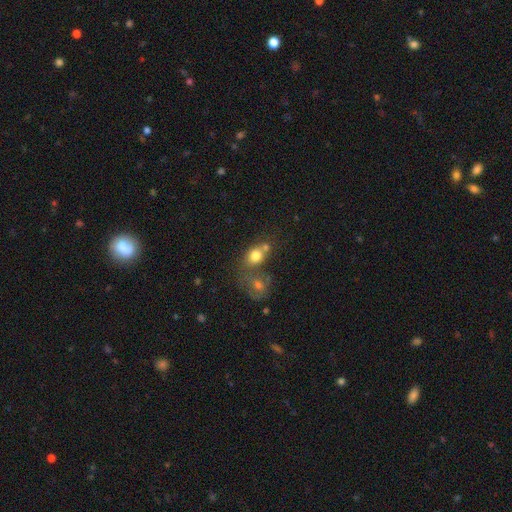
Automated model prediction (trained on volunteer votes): A smooth galaxy with no disk features (76%) that is round (56%).

Vote fractions:
- Smooth or featured? smooth: 76% / featured or disk: 13% / star or artifact: 11%
- How rounded? round: 56% / in between: 43% / cigar-shaped: 2%
- Merging? merger: 49% / none: 34% / minor disturbance: 11% / major disturbance: 6%